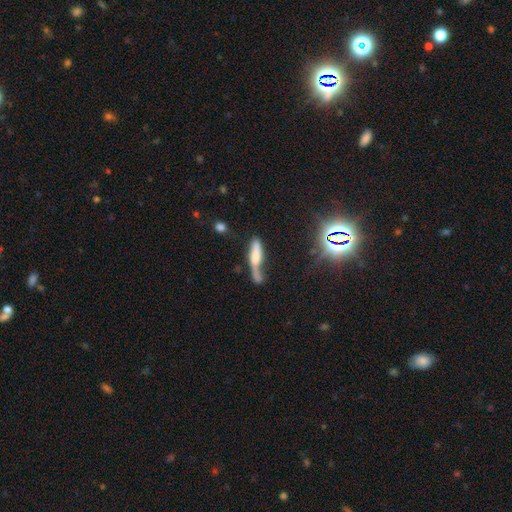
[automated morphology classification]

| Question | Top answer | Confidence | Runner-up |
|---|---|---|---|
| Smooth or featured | smooth | 53% | featured or disk (36%) |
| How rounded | cigar-shaped | 68% | in between (30%) |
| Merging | major disturbance | 28% | none (26%) |